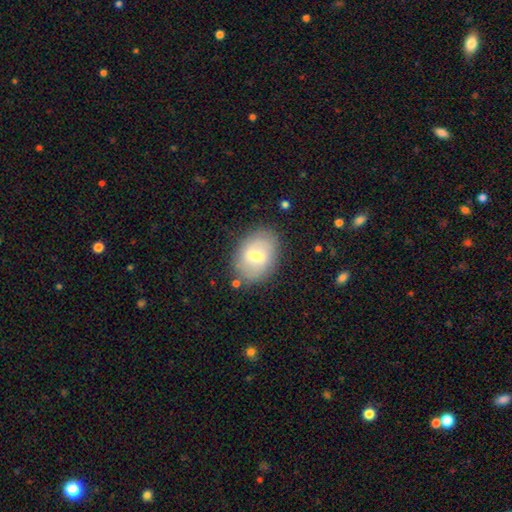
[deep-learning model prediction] Q: Smooth or featured?
A: smooth (53%); runner-up: featured or disk (39%)
Q: How rounded?
A: in between (71%); runner-up: round (28%)
Q: Merging?
A: none (80%); runner-up: minor disturbance (13%)